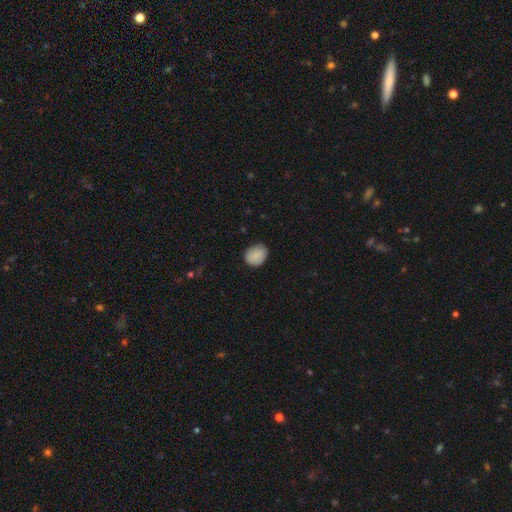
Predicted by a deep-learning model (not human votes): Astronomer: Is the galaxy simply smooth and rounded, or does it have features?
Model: smooth — 84%.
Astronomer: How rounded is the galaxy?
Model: round — 51% (runner-up: in between, 48%).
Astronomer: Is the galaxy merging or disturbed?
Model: none — 79%.